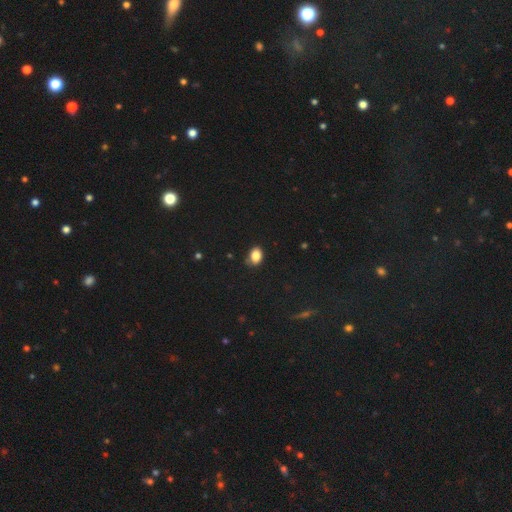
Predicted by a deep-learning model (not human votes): Smooth or featured: smooth — 85% (star or artifact — 10%)
How rounded: in between — 73% (round — 26%)
Merging: none — 74% (minor disturbance — 21%)